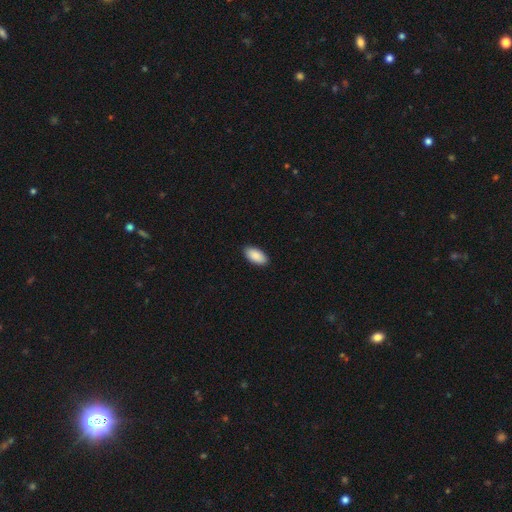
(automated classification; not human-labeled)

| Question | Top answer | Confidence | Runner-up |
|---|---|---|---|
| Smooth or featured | smooth | 90% | star or artifact (6%) |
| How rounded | in between | 95% | cigar-shaped (3%) |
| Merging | none | 90% | minor disturbance (7%) |